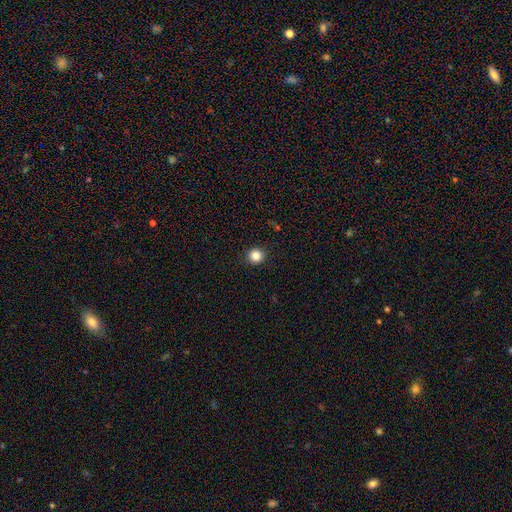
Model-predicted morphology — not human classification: Smooth or featured?
  - smooth: 85% *
  - star or artifact: 11%
  - featured or disk: 4%
How rounded?
  - round: 92% *
  - in between: 7%
  - cigar-shaped: 1%
Merging?
  - none: 91% *
  - minor disturbance: 6%
  - major disturbance: 2%
  - merger: 1%